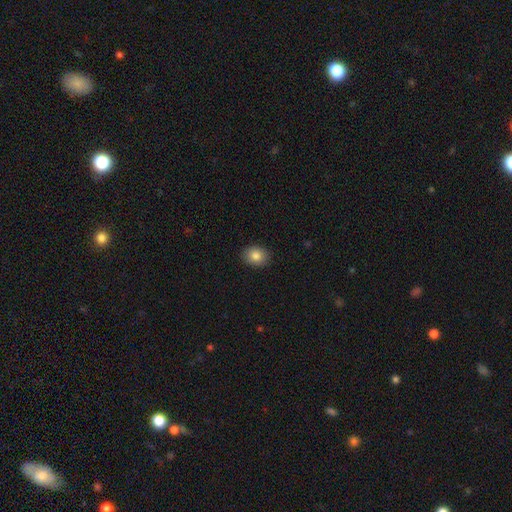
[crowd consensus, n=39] Q: Smooth or featured?
A: smooth (92%); runner-up: featured or disk (5%)
Q: How rounded?
A: in between (58%); runner-up: round (42%)
Q: Merging?
A: none (97%); runner-up: minor disturbance (3%)